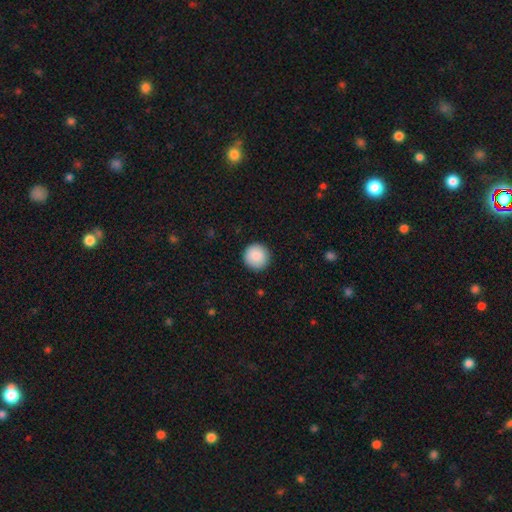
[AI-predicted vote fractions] Smooth or featured? smooth (89%)
How rounded? round (96%)
Merging? none (92%)